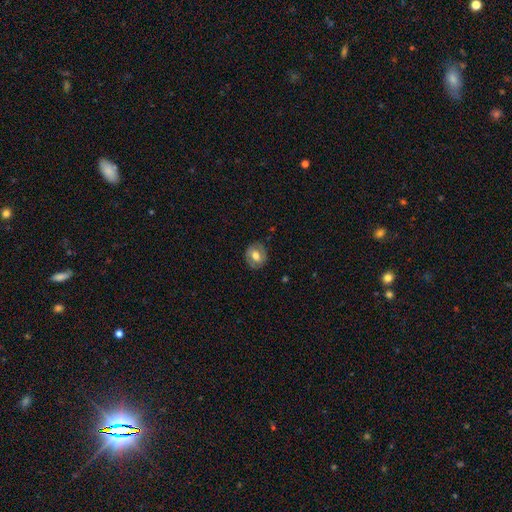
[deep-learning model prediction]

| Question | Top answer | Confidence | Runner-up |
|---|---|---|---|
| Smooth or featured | smooth | 49% | featured or disk (43%) |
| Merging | none | 83% | minor disturbance (12%) |